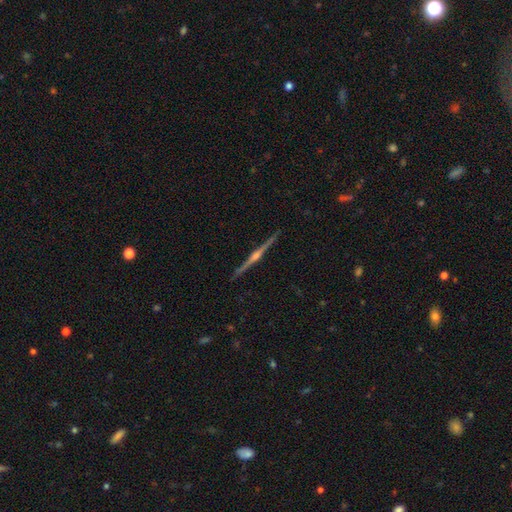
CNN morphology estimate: smooth_or_featured: featured or disk (p=0.88) [alt: smooth p=0.07]
disk_edge_on: yes (p=0.99) [alt: no p=0.01]
edge_on_bulge: rounded (p=0.88) [alt: boxy p=0.07]
merging: none (p=0.93) [alt: minor disturbance p=0.05]